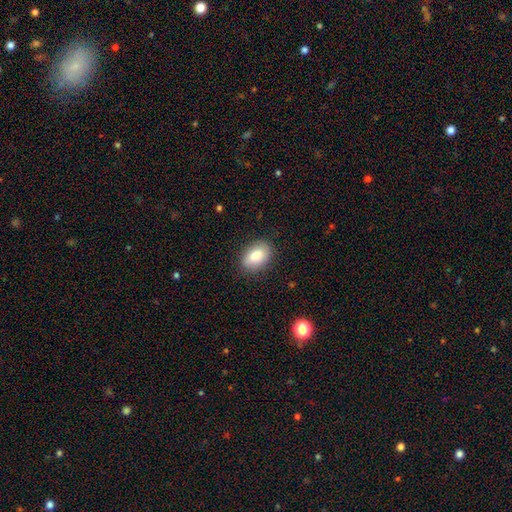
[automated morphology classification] smooth-or-featured: smooth: 83% | featured or disk: 10% | star or artifact: 7%
  how-rounded: in between: 88% | round: 11% | cigar-shaped: 2%
  merging: none: 85% | minor disturbance: 11% | major disturbance: 3% | merger: 1%